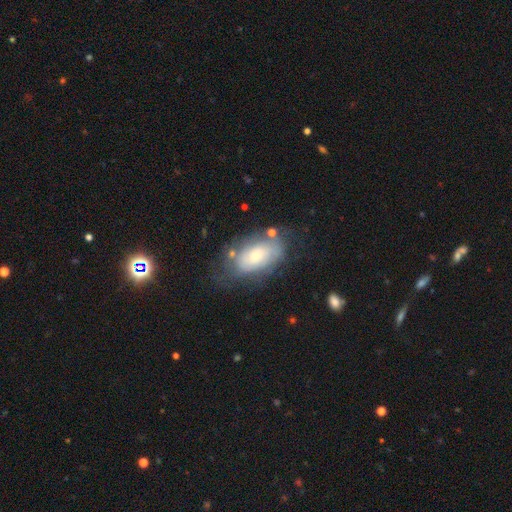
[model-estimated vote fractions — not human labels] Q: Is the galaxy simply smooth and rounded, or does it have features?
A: smooth — 49%.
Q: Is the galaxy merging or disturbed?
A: none — 59%.